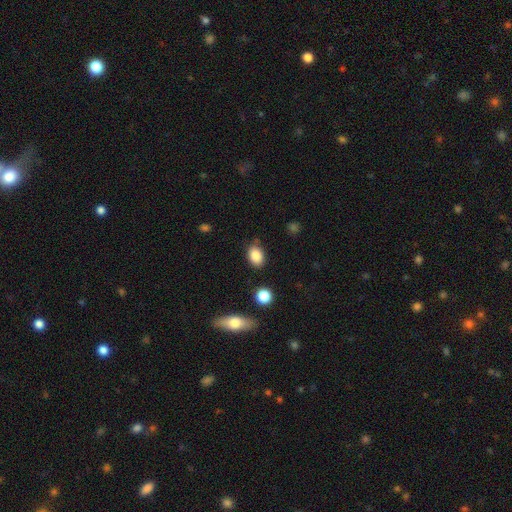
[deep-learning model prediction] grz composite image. It shows a smooth galaxy with no disk features (86%) that is in between round and cigar-shaped (78%). Merging: none (79%).